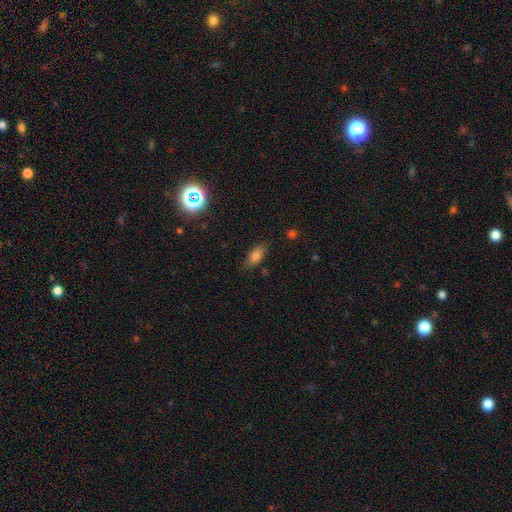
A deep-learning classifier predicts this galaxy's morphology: This is likely a smooth galaxy (80%). How rounded: clearly in between (84%). Merging: likely none (80%).